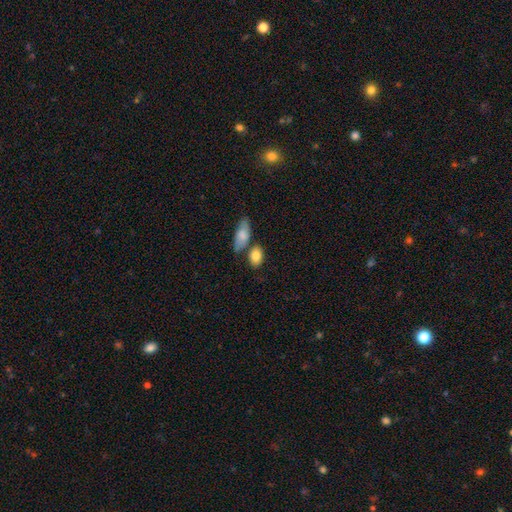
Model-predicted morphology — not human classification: smooth 83%, featured or disk 10%, star or artifact 7%. Down the decision tree: how rounded — in between (83%); merging — none (62%).